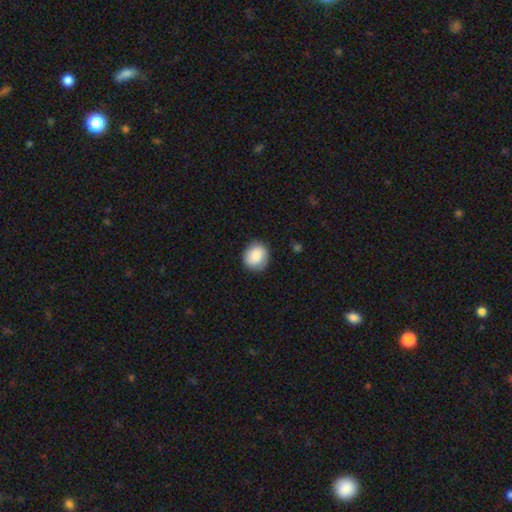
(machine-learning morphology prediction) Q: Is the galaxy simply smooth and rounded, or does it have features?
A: smooth — 86%.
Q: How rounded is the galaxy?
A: round — 79%.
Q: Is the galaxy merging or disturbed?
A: none — 86%.